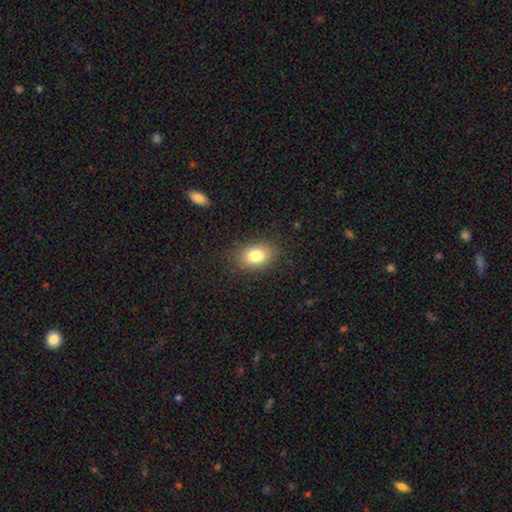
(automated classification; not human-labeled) A smooth galaxy with no disk features (81%) that is in between round and cigar-shaped (77%). Merging: none (86%).